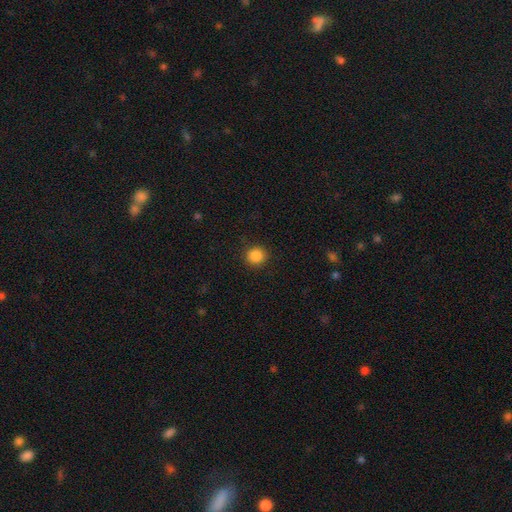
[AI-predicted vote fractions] Q: Smooth or featured?
A: smooth (87%); runner-up: star or artifact (10%)
Q: How rounded?
A: round (92%); runner-up: in between (7%)
Q: Merging?
A: none (91%); runner-up: minor disturbance (6%)